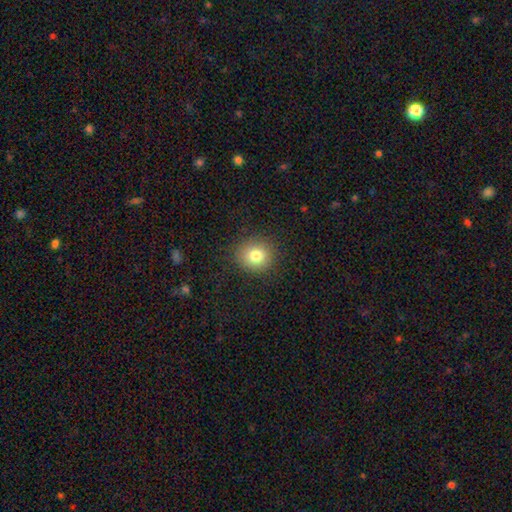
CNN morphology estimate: smooth-or-featured: smooth: 80% | star or artifact: 12% | featured or disk: 8%
  how-rounded: round: 86% | in between: 13% | cigar-shaped: 1%
  merging: none: 89% | minor disturbance: 8% | major disturbance: 3% | merger: 1%